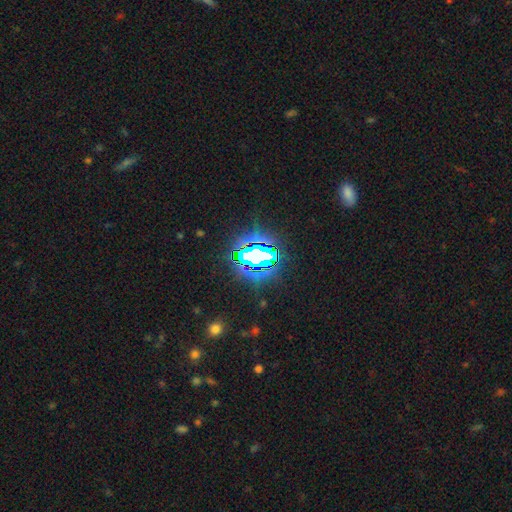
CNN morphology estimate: The model was most divided on "smooth or featured": star or artifact: 74%, smooth: 13%, featured or disk: 12%.